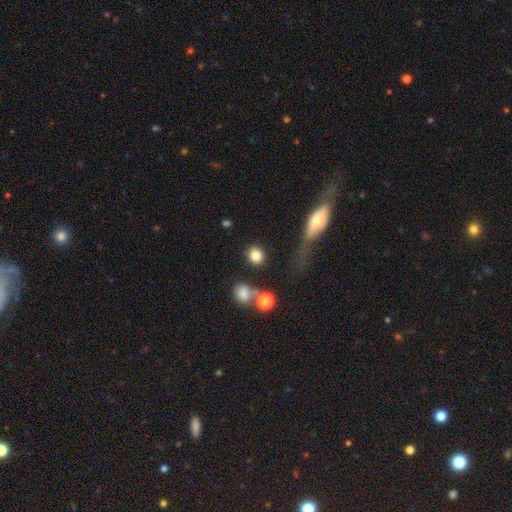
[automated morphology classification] This appears to be a smooth galaxy with no disk features (83%) that is round (75%). Merging: none (81%).